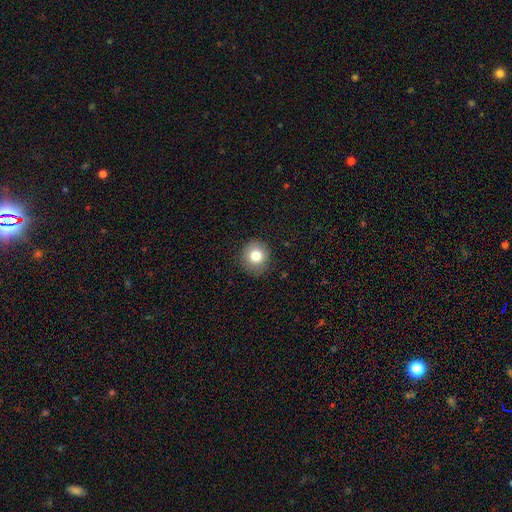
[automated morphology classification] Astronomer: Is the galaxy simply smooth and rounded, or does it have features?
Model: smooth — 80%.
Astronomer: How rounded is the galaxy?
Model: round — 89%.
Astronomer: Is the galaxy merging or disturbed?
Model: none — 87%.